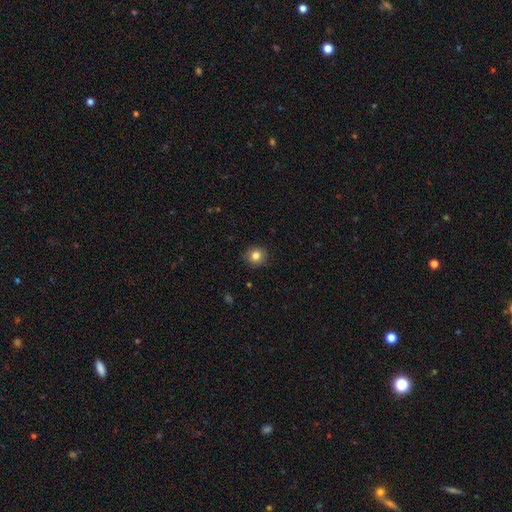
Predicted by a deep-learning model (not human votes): Q: Smooth or featured?
A: smooth (82%); runner-up: star or artifact (11%)
Q: How rounded?
A: round (89%); runner-up: in between (10%)
Q: Merging?
A: none (89%); runner-up: minor disturbance (8%)